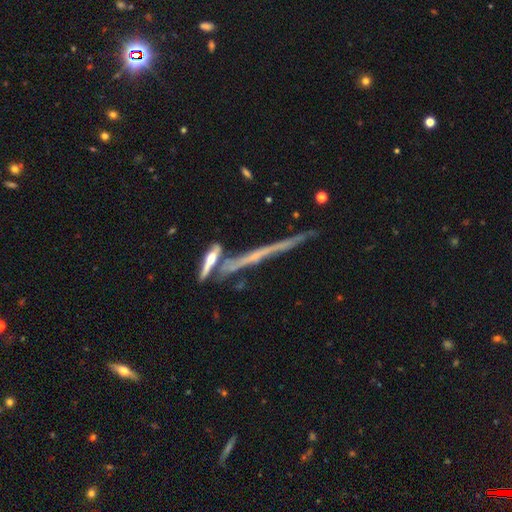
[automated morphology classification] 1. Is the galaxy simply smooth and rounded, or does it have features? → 71% featured or disk, 20% smooth, 10% star or artifact.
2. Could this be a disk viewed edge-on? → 95% yes, 5% no.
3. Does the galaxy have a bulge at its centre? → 71% none, 22% rounded, 7% boxy.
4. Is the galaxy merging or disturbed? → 65% none, 18% merger, 13% minor disturbance, 5% major disturbance.